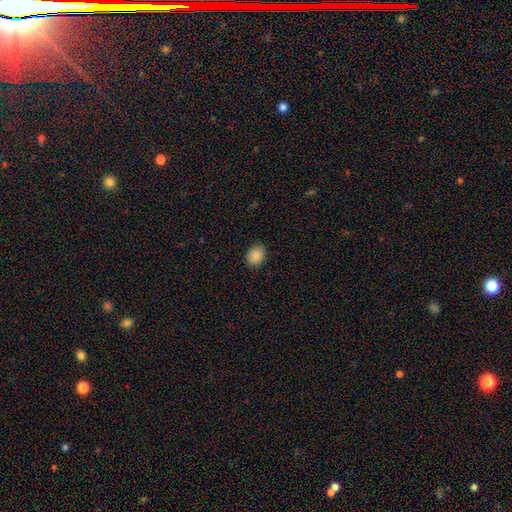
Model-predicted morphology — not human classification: The model was most divided on "how rounded": in between: 52%, round: 47%, cigar-shaped: 1%. More confident: smooth or featured — smooth (88%); merging — none (85%).